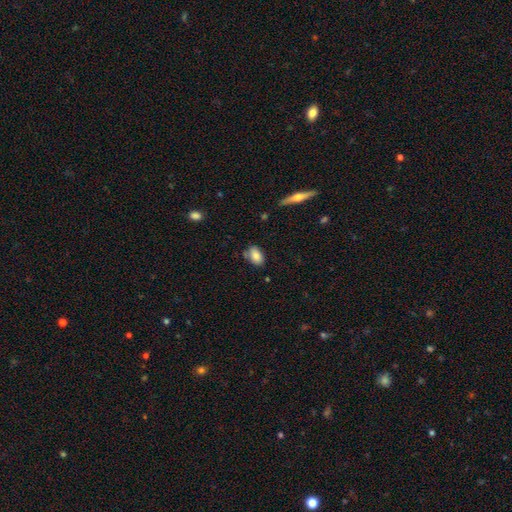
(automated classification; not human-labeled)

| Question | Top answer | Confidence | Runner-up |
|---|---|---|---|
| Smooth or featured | smooth | 83% | featured or disk (9%) |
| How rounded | in between | 89% | round (9%) |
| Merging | none | 71% | minor disturbance (20%) |